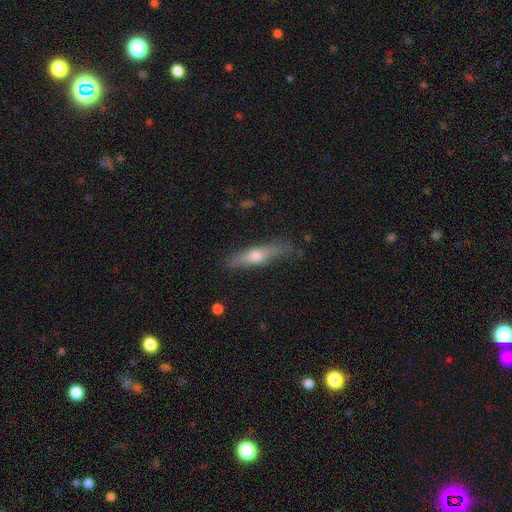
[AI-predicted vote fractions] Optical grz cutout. It shows a smooth galaxy with no disk features (47%, tied with featured or disk). Merging: none (78%).